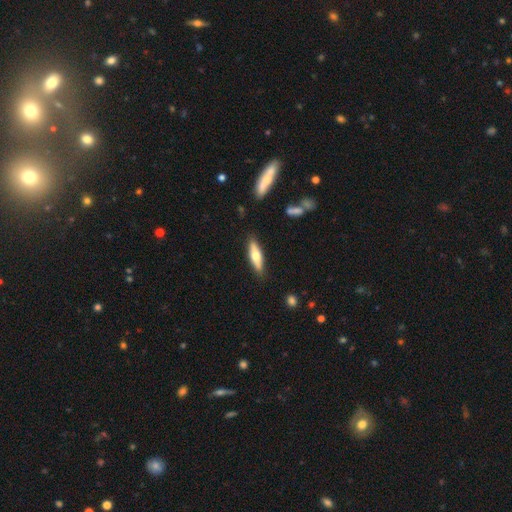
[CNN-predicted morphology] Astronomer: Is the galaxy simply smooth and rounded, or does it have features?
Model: smooth — 55% (runner-up: featured or disk, 40%).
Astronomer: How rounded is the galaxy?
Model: cigar-shaped — 59% (runner-up: in between, 39%).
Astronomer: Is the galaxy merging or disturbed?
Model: none — 86%.